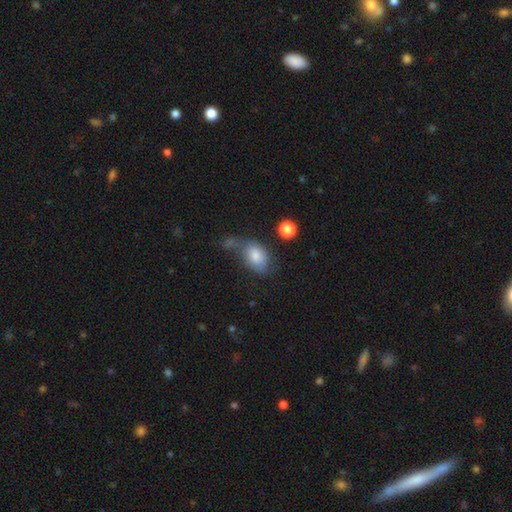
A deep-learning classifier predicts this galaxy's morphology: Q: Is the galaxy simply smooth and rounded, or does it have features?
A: smooth — 75%.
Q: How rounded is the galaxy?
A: in between — 82%.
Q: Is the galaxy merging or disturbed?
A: none — 36%.